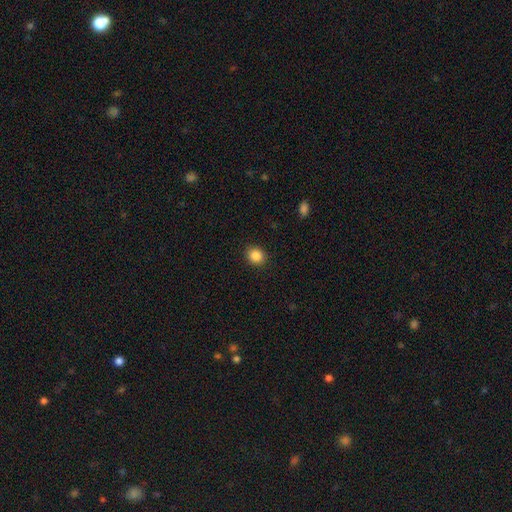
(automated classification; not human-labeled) Overall: smooth (86%). How rounded: round (73%). Merging: none (90%).